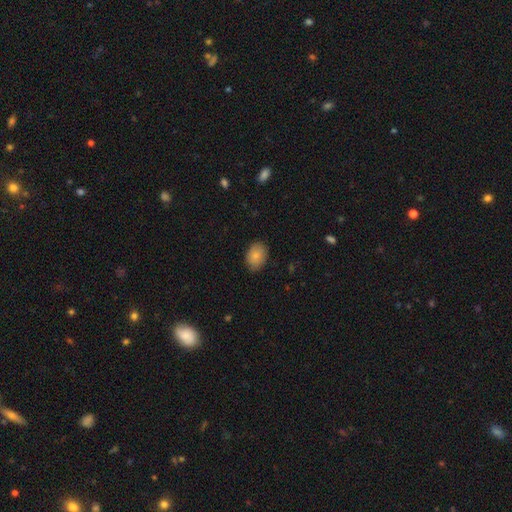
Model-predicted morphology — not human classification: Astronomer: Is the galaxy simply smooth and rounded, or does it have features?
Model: smooth — 82%.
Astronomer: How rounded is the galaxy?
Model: in between — 79%.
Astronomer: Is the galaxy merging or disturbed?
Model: none — 81%.